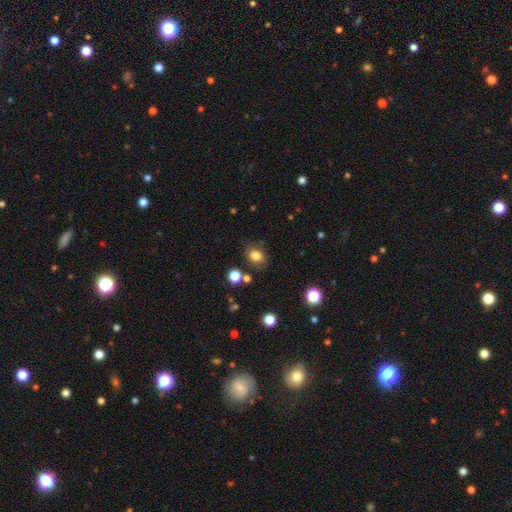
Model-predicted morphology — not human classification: Smooth or featured: smooth — 81% (star or artifact — 12%)
How rounded: in between — 52% (round — 47%)
Merging: none — 78% (minor disturbance — 14%)